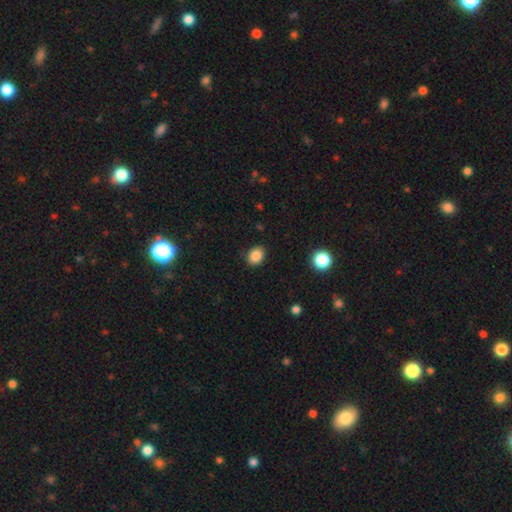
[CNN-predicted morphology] Q: Smooth or featured?
A: smooth (86%); runner-up: star or artifact (10%)
Q: How rounded?
A: in between (53%); runner-up: round (46%)
Q: Merging?
A: none (87%); runner-up: minor disturbance (9%)